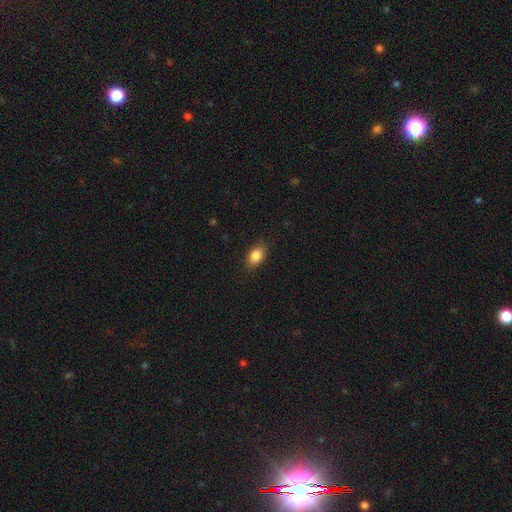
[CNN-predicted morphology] Q: Smooth or featured?
A: smooth (84%); runner-up: star or artifact (8%)
Q: How rounded?
A: in between (82%); runner-up: round (16%)
Q: Merging?
A: none (84%); runner-up: minor disturbance (12%)